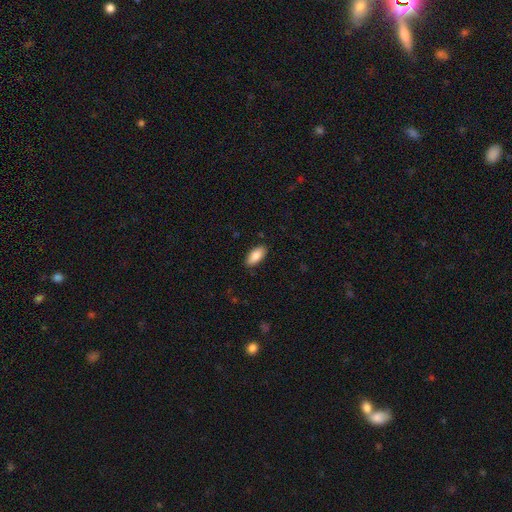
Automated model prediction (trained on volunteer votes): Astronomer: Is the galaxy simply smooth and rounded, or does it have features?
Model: smooth — 87%.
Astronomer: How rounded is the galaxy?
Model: in between — 91%.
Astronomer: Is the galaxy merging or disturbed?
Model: none — 88%.